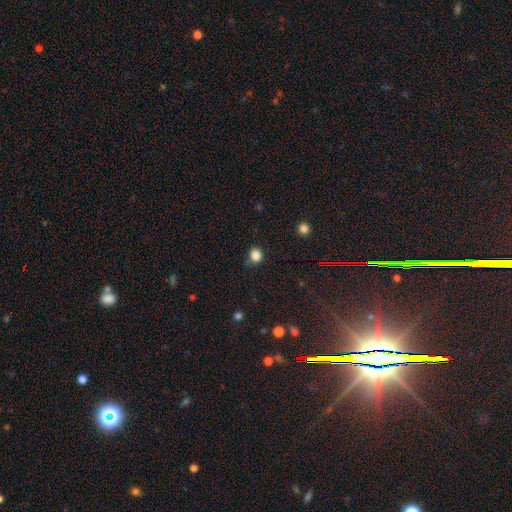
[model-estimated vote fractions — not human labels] This appears to be a smooth galaxy with no disk features (83%) that is round (69%). Merging: none (75%).